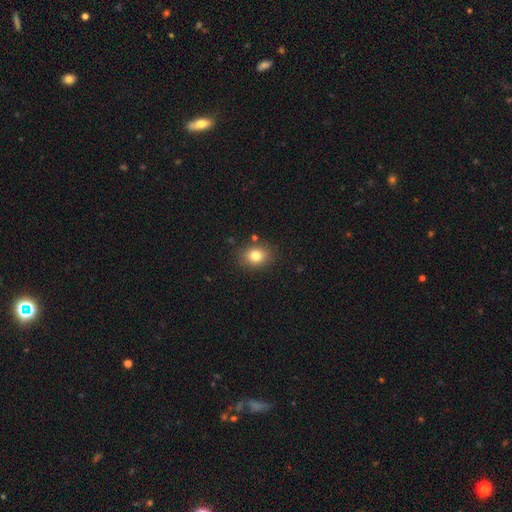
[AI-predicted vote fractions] smooth_or_featured: smooth (p=0.80) [alt: star or artifact p=0.11]
how_rounded: round (p=0.53) [alt: in between p=0.46]
merging: none (p=0.84) [alt: minor disturbance p=0.10]